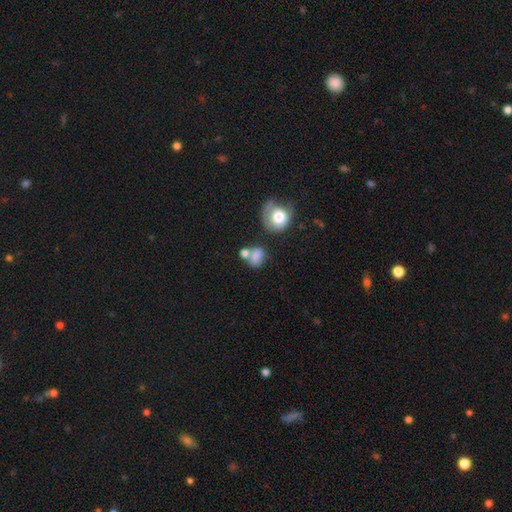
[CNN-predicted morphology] A smooth galaxy with no disk features (74%) that is in between round and cigar-shaped (50%).

Vote fractions:
- Smooth or featured? smooth: 74% / featured or disk: 14% / star or artifact: 11%
- How rounded? in between: 50% / round: 48% / cigar-shaped: 2%
- Merging? none: 40% / merger: 34% / minor disturbance: 16% / major disturbance: 10%